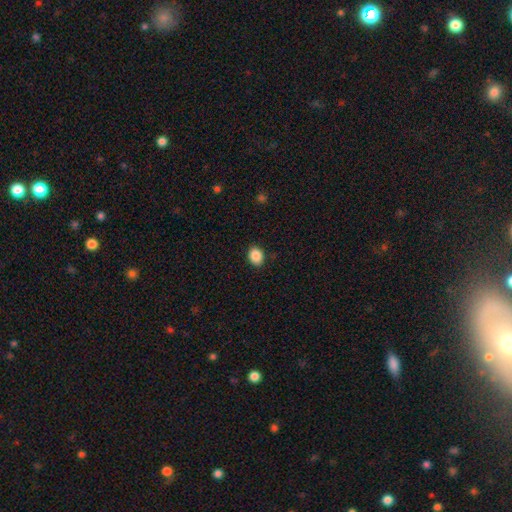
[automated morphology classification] A smooth galaxy with no disk features (88%) that is in between round and cigar-shaped (59%).

Vote fractions:
- Smooth or featured? smooth: 88% / star or artifact: 8% / featured or disk: 3%
- How rounded? in between: 59% / round: 40% / cigar-shaped: 1%
- Merging? none: 89% / minor disturbance: 8% / major disturbance: 2% / merger: 1%